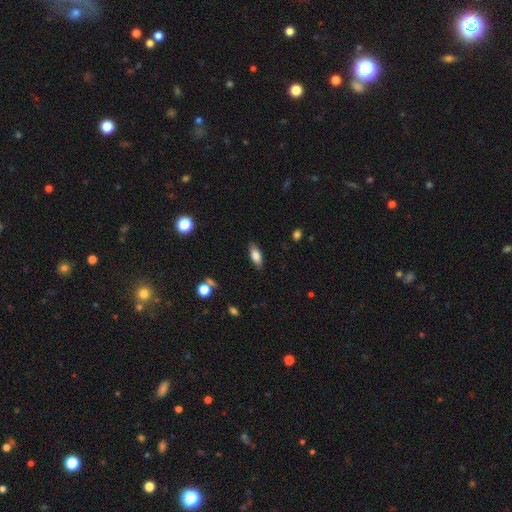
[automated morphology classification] This appears to be a smooth galaxy with no disk features (78%) that is in between round and cigar-shaped (79%). Merging: none (86%).